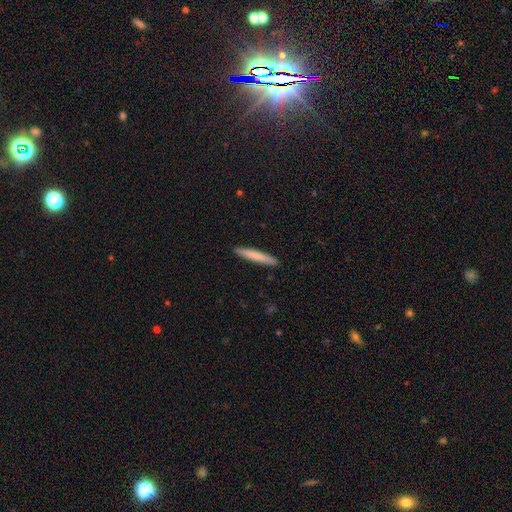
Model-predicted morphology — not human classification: smooth 79%, featured or disk 16%, star or artifact 5%. Down the decision tree: how rounded — cigar-shaped (95%); merging — none (91%).